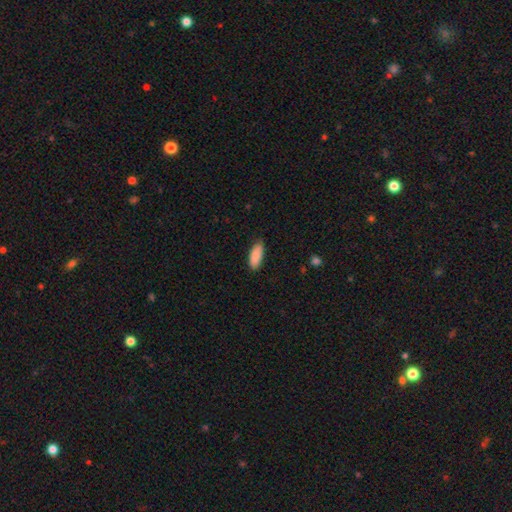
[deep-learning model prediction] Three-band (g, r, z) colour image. It shows a smooth galaxy with no disk features (90%) that is in between round and cigar-shaped (79%). Merging: none (83%).